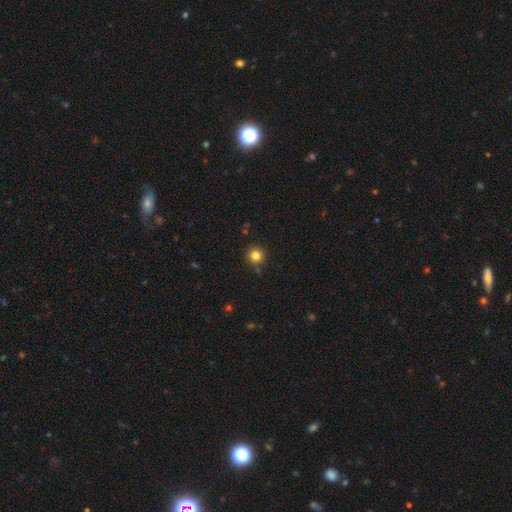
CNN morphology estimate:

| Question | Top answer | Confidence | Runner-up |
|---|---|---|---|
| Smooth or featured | smooth | 82% | star or artifact (13%) |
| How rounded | round | 95% | in between (4%) |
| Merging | none | 88% | minor disturbance (7%) |